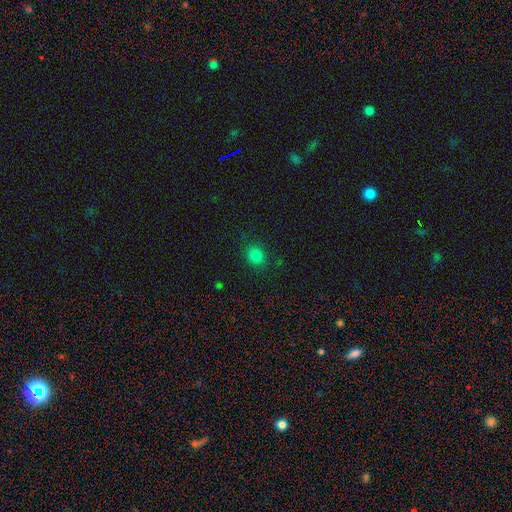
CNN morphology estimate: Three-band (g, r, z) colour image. It shows a smooth galaxy with no disk features (82%) that is round (70%). Merging: none (84%).